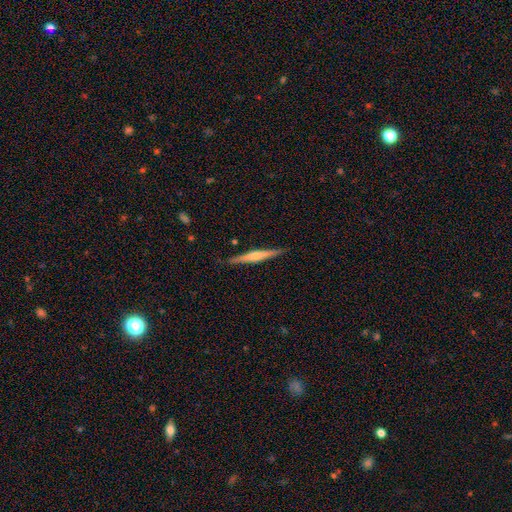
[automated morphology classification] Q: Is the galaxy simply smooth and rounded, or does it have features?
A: featured or disk — 57%.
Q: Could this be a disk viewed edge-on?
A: yes — 98%.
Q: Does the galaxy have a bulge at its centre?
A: rounded — 47%.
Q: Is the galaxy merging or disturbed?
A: none — 89%.